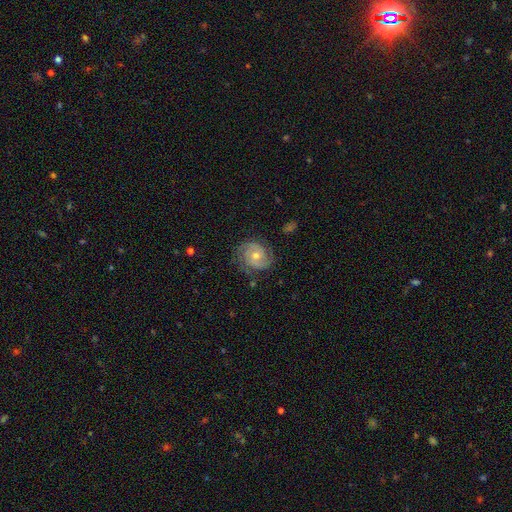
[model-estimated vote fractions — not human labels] Q: Smooth or featured?
A: featured or disk (86%); runner-up: smooth (8%)
Q: Edge-on disk?
A: no (98%); runner-up: yes (2%)
Q: Bar?
A: no (64%); runner-up: weak (30%)
Q: Spiral arms?
A: yes (97%); runner-up: no (3%)
Q: Spiral winding?
A: tight (58%); runner-up: medium (35%)
Q: Spiral arm count?
A: 2 (76%); runner-up: 3 (11%)
Q: Bulge size?
A: moderate (55%); runner-up: small (41%)
Q: Merging?
A: none (80%); runner-up: minor disturbance (14%)